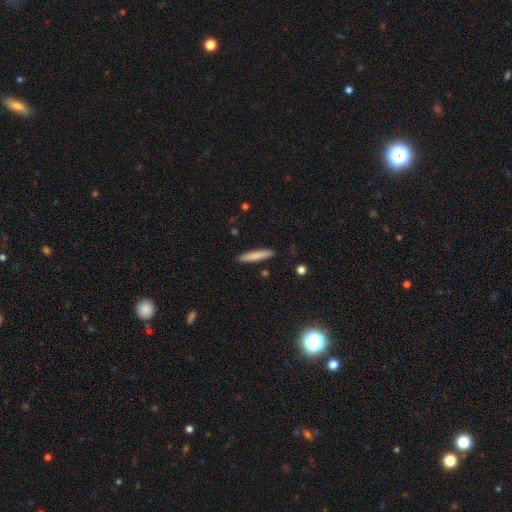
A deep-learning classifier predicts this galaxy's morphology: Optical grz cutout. It shows a smooth galaxy with no disk features (79%) that is cigar-shaped (92%). Merging: none (88%).